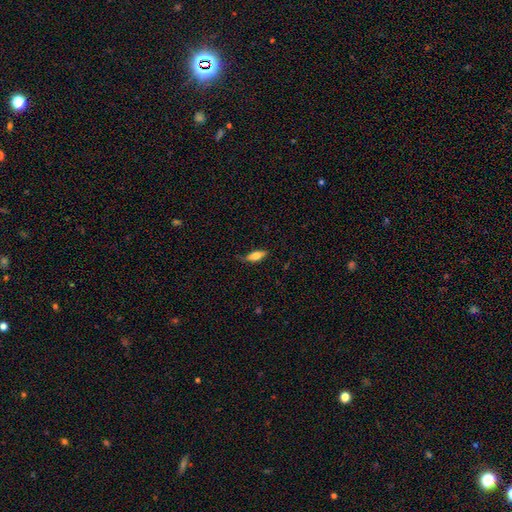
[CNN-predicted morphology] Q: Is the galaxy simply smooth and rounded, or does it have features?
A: smooth — 71%.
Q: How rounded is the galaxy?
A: in between — 69%.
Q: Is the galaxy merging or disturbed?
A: none — 71%.